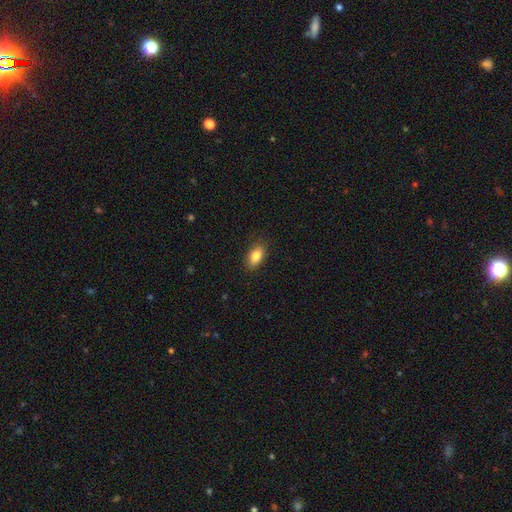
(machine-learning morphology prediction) A smooth galaxy with no disk features (83%) that is in between round and cigar-shaped (87%).

Vote fractions:
- Smooth or featured? smooth: 83% / featured or disk: 10% / star or artifact: 8%
- How rounded? in between: 87% / cigar-shaped: 8% / round: 5%
- Merging? none: 86% / minor disturbance: 11% / major disturbance: 2% / merger: 1%